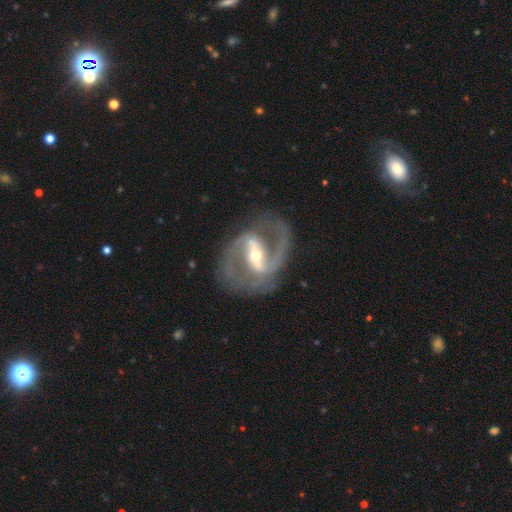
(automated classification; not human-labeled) Smooth or featured?
  - featured or disk: 91% *
  - star or artifact: 5%
  - smooth: 4%
Edge-on disk?
  - no: 97% *
  - yes: 3%
Bar?
  - strong: 64% *
  - weak: 26%
  - no: 10%
Spiral arms?
  - yes: 96% *
  - no: 4%
Spiral winding?
  - medium: 61% *
  - loose: 22%
  - tight: 17%
Spiral arm count?
  - 2: 92% *
  - can't tell: 2%
  - 3: 2%
  - 1: 2%
  - 4: 1%
  - more than 4: 1%
Bulge size?
  - small: 50% *
  - moderate: 44%
  - large: 3%
  - none: 1%
  - dominant: 1%
Merging?
  - none: 78% *
  - minor disturbance: 13%
  - major disturbance: 8%
  - merger: 2%